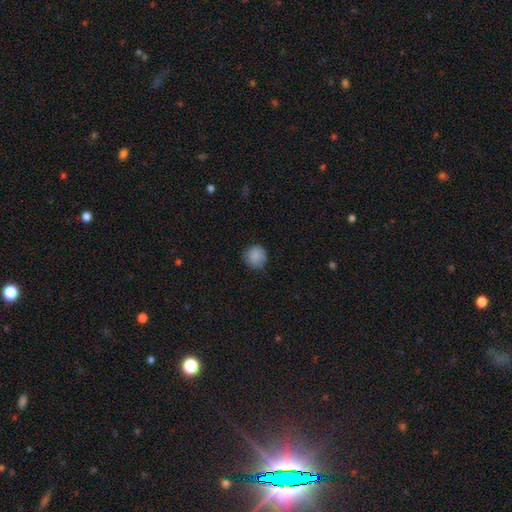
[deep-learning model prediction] Smooth or featured? smooth (86%)
How rounded? round (90%)
Merging? none (77%)